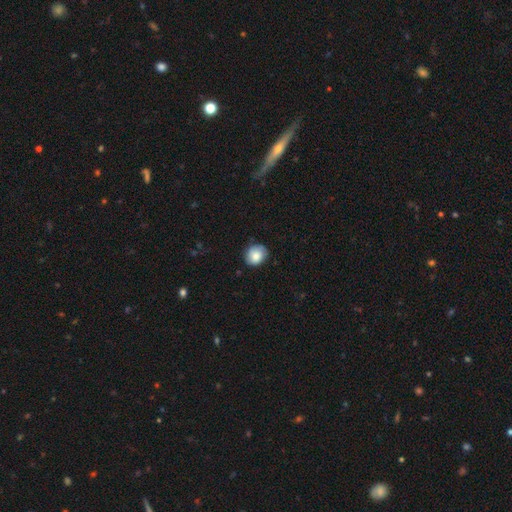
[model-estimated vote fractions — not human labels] smooth_or_featured: smooth (p=0.79) [alt: featured or disk p=0.13]
how_rounded: round (p=0.73) [alt: in between p=0.27]
merging: none (p=0.74) [alt: minor disturbance p=0.21]